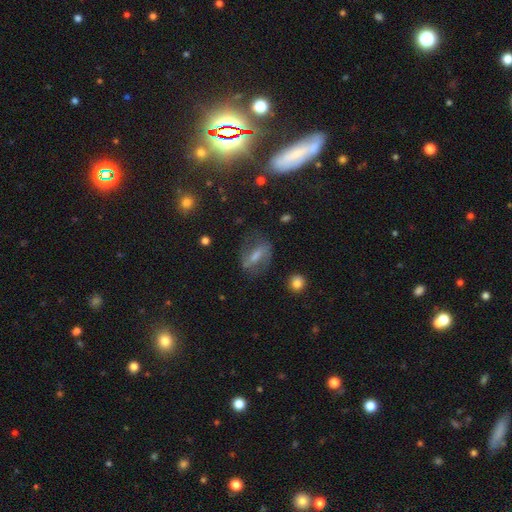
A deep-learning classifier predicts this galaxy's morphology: type=featured or disk (52%); edge-on=no (86%); merging=none (65%).